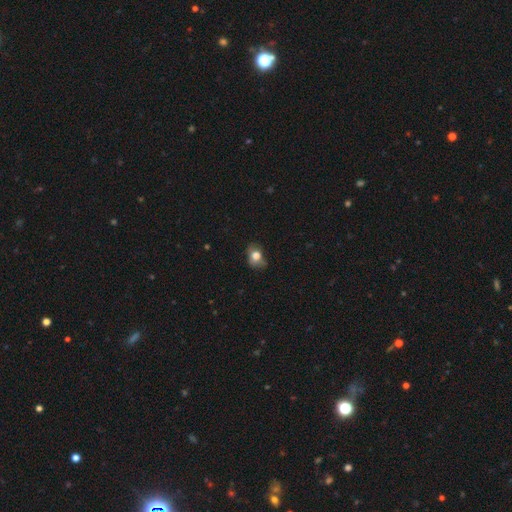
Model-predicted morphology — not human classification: Overall: smooth (73%). How rounded: in between (63%; round 36%). Merging: none (52%; minor disturbance 32%).